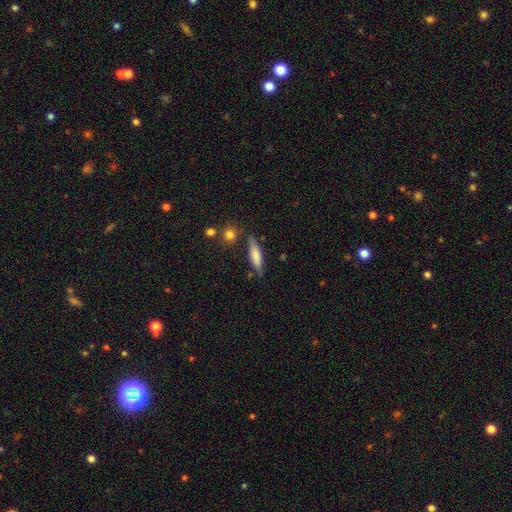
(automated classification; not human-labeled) Overall: smooth (70%). How rounded: cigar-shaped (69%). Merging: none (75%).